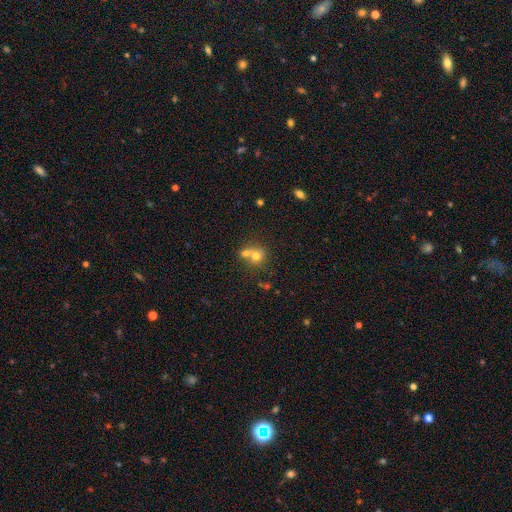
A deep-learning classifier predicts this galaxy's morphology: The model was most divided on "merging": merger: 57%, none: 34%, minor disturbance: 7%, major disturbance: 3%. More confident: how rounded — round (77%); smooth or featured — smooth (68%).